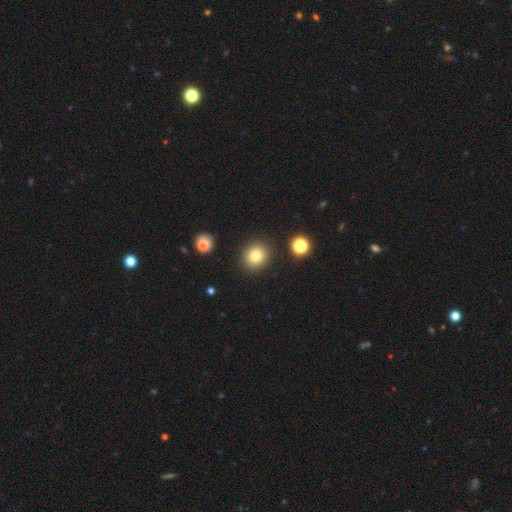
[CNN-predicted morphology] This appears to be a smooth galaxy with no disk features (80%) that is round (78%). Merging: none (88%).